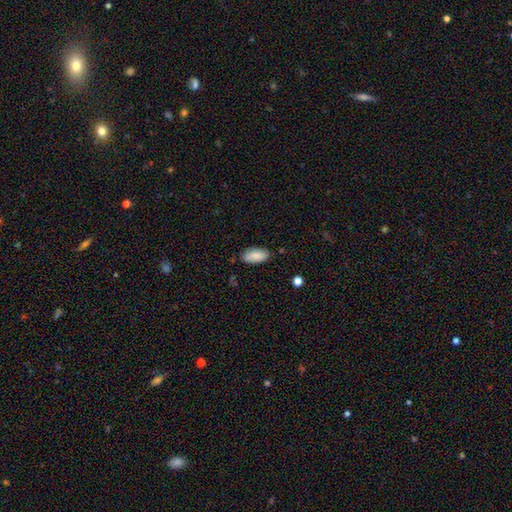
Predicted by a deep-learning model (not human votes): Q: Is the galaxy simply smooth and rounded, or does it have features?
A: smooth — 86%.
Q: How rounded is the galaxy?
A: in between — 92%.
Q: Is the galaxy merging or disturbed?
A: none — 83%.